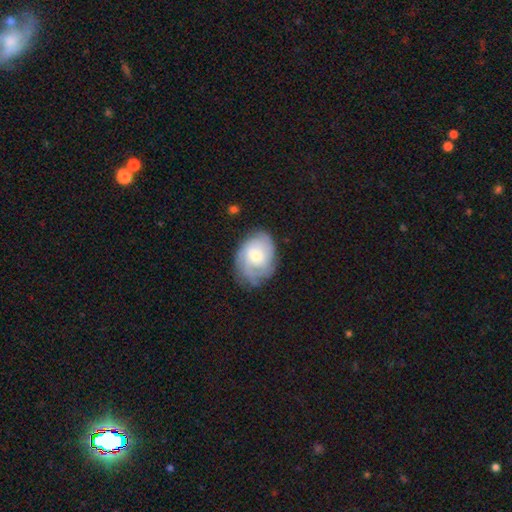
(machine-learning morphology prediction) This is likely a featured or disk galaxy (69%). It is clearly not viewed edge-on (96%). Bar: likely no (70%). Spiral arm pattern: clearly yes (88%). Spiral arm count: marginally can't tell (39%). Spiral winding: likely tight (61%). Central bulge: possibly moderate (59%). Merging: likely none (67%).